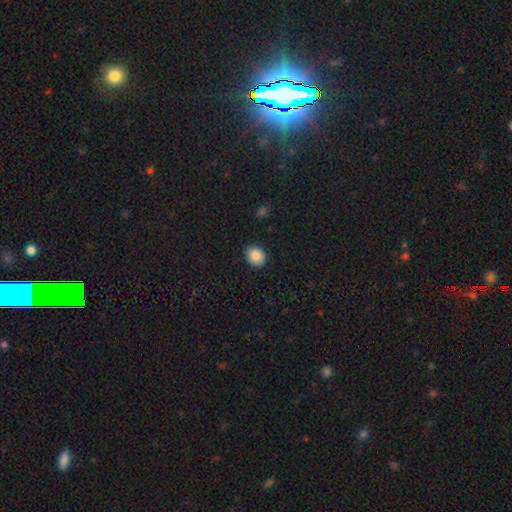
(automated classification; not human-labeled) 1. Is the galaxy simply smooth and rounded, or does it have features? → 85% smooth, 9% star or artifact, 6% featured or disk.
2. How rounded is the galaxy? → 53% round, 46% in between, 1% cigar-shaped.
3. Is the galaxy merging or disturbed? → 87% none, 10% minor disturbance, 2% major disturbance, 1% merger.